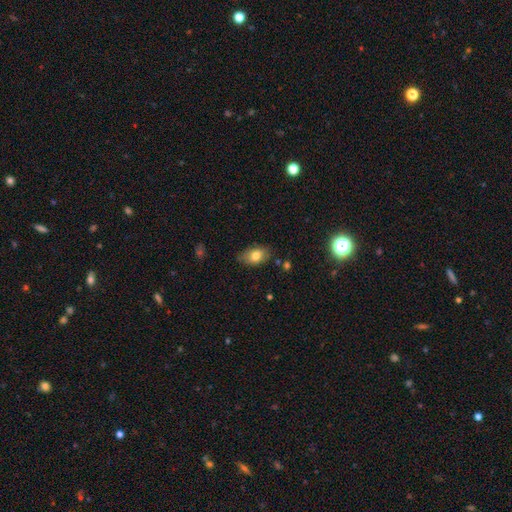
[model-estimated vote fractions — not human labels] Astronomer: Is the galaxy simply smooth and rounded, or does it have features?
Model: smooth — 78%.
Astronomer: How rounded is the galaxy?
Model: in between — 87%.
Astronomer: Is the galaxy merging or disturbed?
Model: none — 77%.